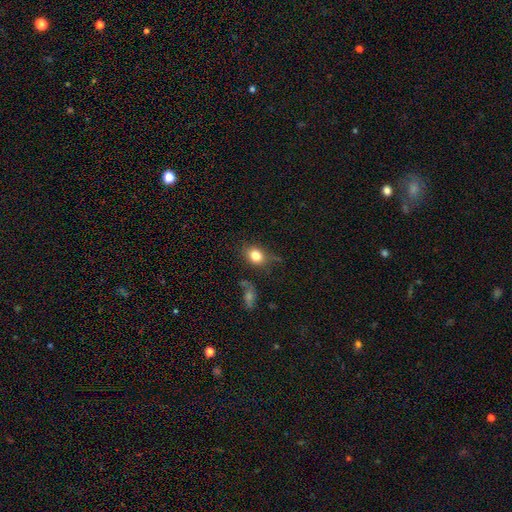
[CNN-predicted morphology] smooth 80%, star or artifact 10%, featured or disk 9%. Down the decision tree: how rounded — in between (55%); merging — none (65%).